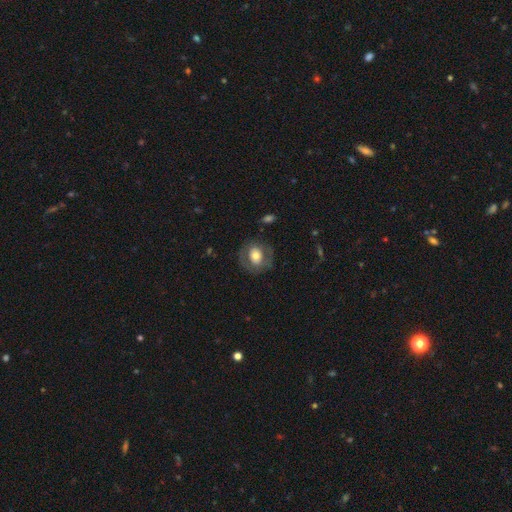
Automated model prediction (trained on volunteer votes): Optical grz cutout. It shows a smooth galaxy with no disk features (51%) that is round (62%). Merging: none (73%).